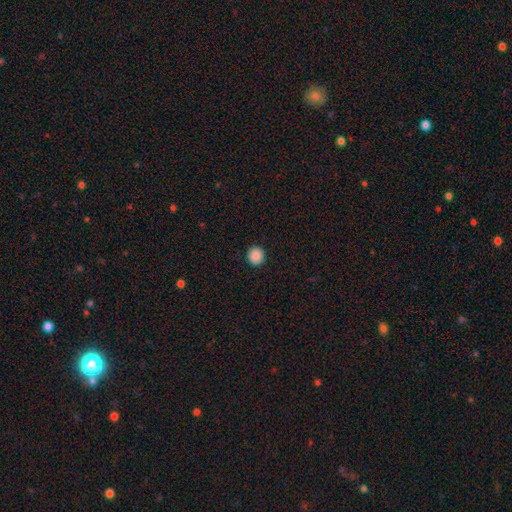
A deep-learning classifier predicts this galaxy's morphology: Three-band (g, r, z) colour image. It shows a smooth galaxy with no disk features (88%) that is round (90%). Merging: none (93%).